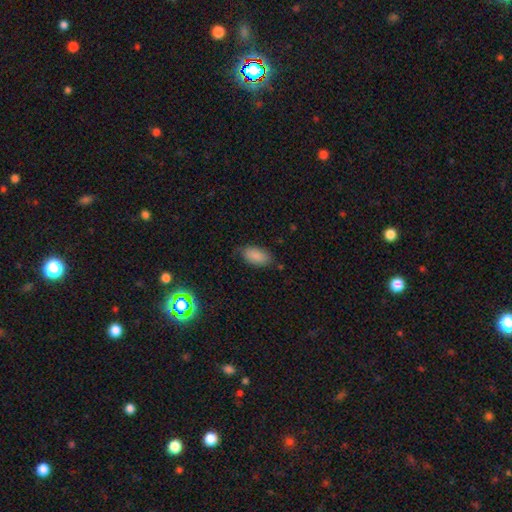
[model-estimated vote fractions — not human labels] smooth 87%, star or artifact 8%, featured or disk 5%. Down the decision tree: how rounded — in between (93%); merging — none (77%).